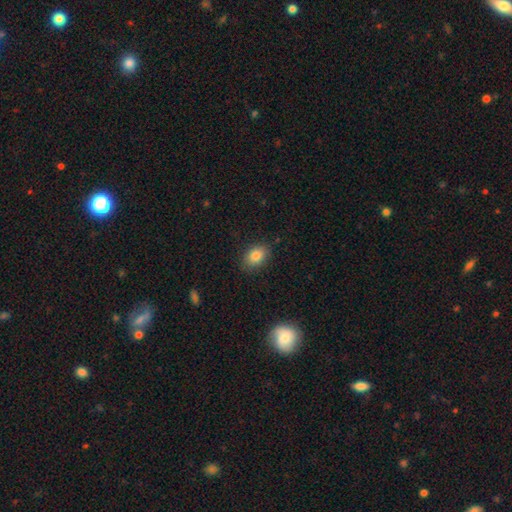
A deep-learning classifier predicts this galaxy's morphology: Smooth or featured? Predicted: smooth (p=0.83). How rounded? Predicted: in between (p=0.78). Merging? Predicted: none (p=0.84).